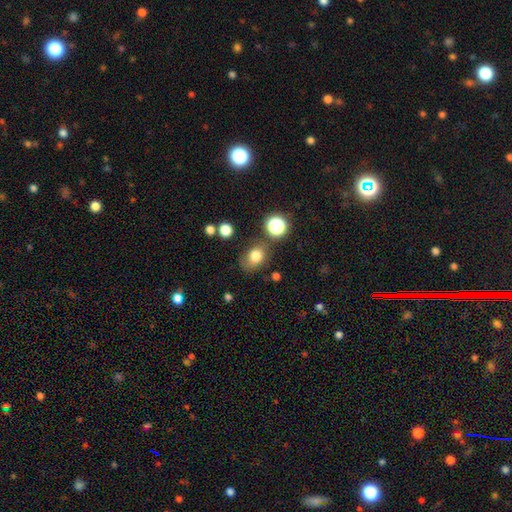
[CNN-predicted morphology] Smooth or featured: smooth — 78% (star or artifact — 13%)
How rounded: in between — 64% (round — 35%)
Merging: none — 67% (minor disturbance — 20%)